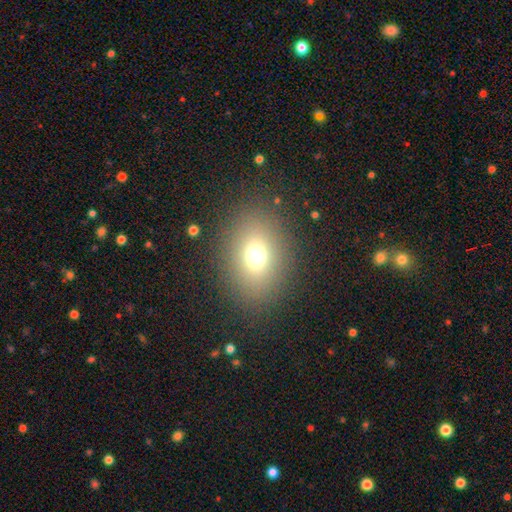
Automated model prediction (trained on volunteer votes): Overall: smooth (70%). How rounded: in between (57%; round 42%). Merging: none (86%).